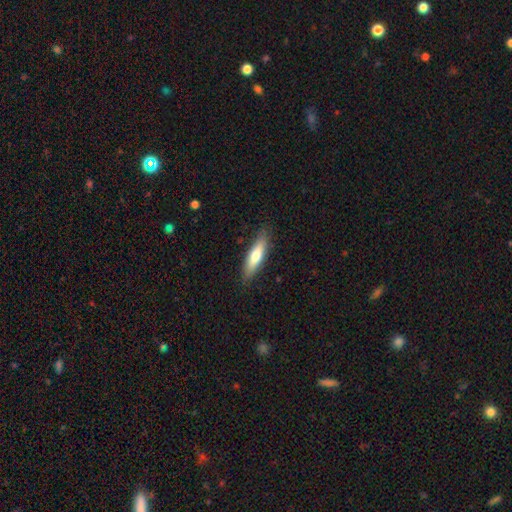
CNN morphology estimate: This appears to be a smooth galaxy with no disk features (64%) that is cigar-shaped (67%). Merging: none (86%).